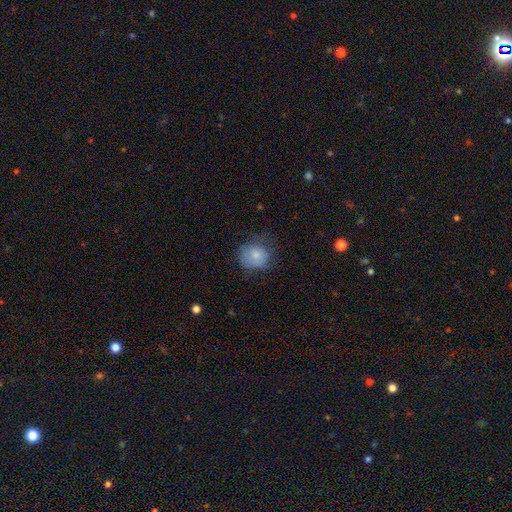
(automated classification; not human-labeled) Morphology: type=smooth (78%); roundness=round (73%); merging=none (53%).